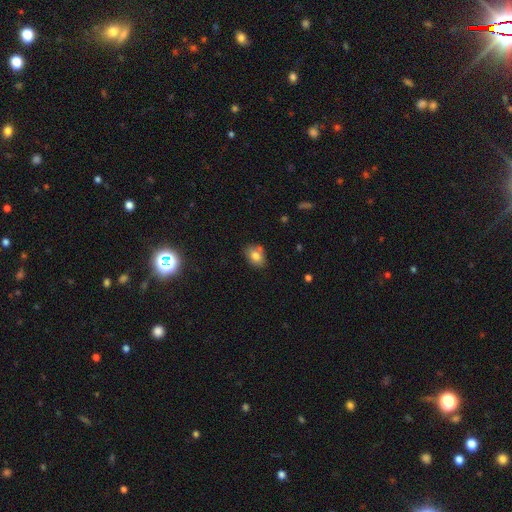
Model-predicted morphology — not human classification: Smooth or featured?
  - smooth: 78% *
  - featured or disk: 12%
  - star or artifact: 10%
How rounded?
  - in between: 69% *
  - round: 30%
  - cigar-shaped: 1%
Merging?
  - none: 70% *
  - minor disturbance: 17%
  - merger: 10%
  - major disturbance: 3%